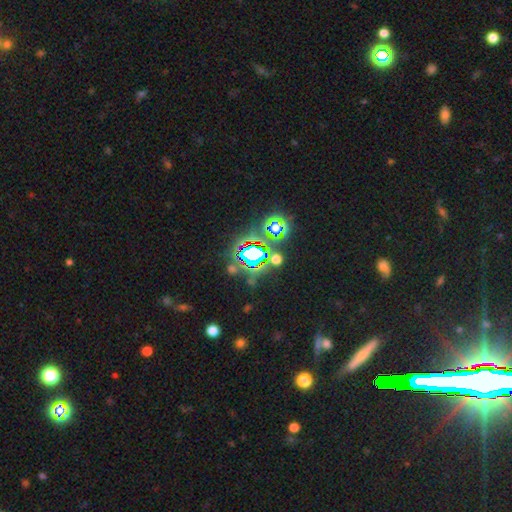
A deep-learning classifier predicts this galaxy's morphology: This is likely a star or artifact rather than a galaxy (76%).